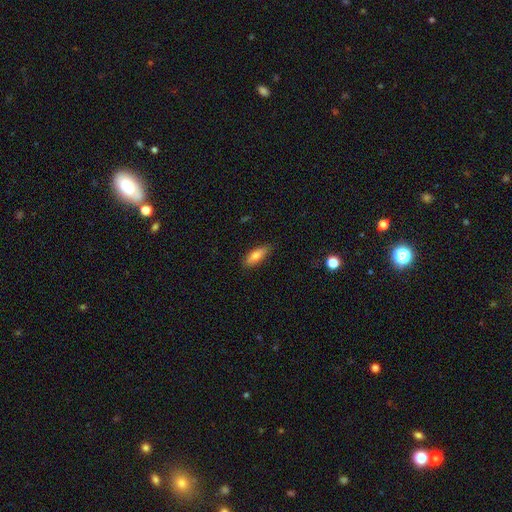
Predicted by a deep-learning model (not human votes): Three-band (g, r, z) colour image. It shows a smooth galaxy with no disk features (76%) that is in between round and cigar-shaped (68%). Merging: none (81%).